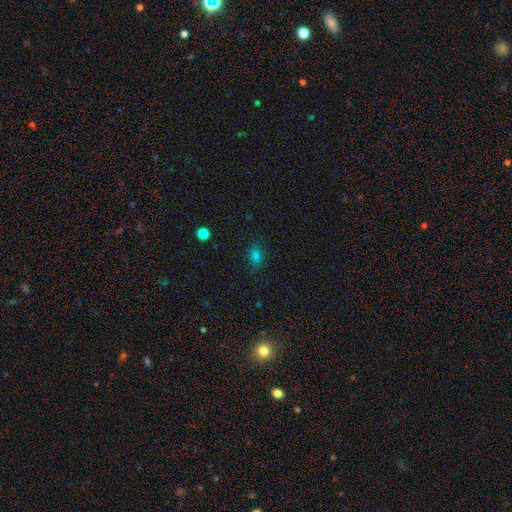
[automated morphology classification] A smooth galaxy with no disk features (75%) that is in between round and cigar-shaped (78%). Merging: none (83%).